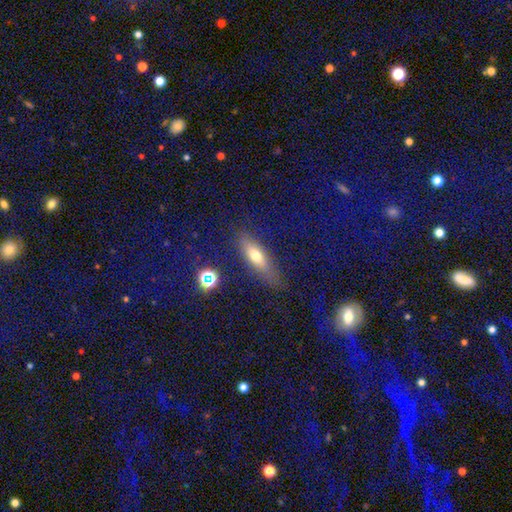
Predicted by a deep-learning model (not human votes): smooth-or-featured: smooth: 61% | featured or disk: 27% | star or artifact: 12%
  how-rounded: cigar-shaped: 48% | in between: 47% | round: 5%
  merging: none: 79% | minor disturbance: 14% | major disturbance: 5% | merger: 2%